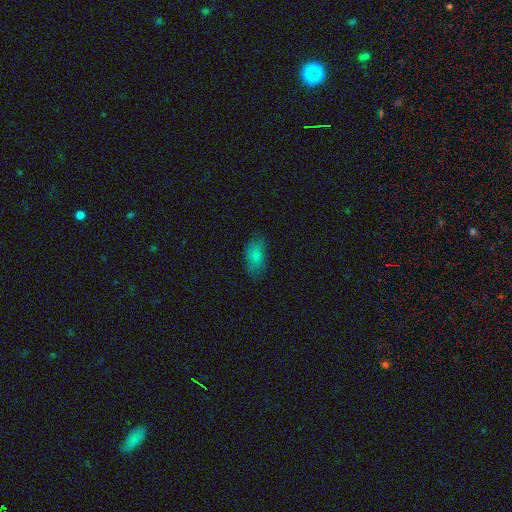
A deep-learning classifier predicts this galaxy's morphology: The model was most divided on "merging": none: 73%, minor disturbance: 20%, major disturbance: 5%, merger: 1%. More confident: how rounded — in between (92%); smooth or featured — smooth (82%).